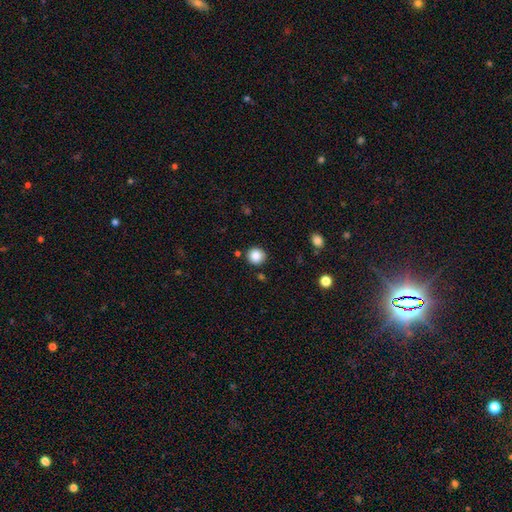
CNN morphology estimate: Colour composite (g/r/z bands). It shows a smooth galaxy with no disk features (86%) that is round (92%). Merging: none (88%).